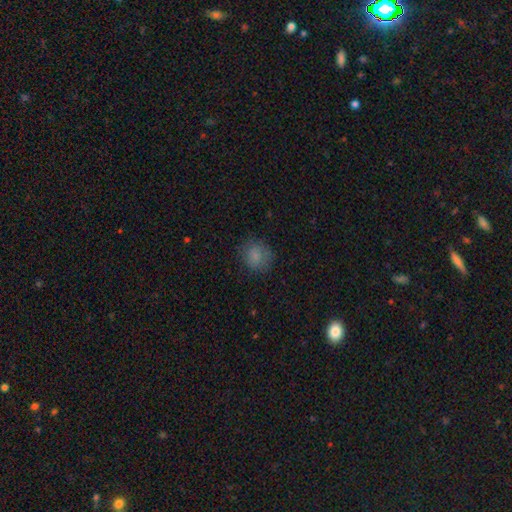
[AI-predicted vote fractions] Q: Smooth or featured?
A: smooth (81%); runner-up: star or artifact (10%)
Q: How rounded?
A: round (79%); runner-up: in between (20%)
Q: Merging?
A: none (78%); runner-up: minor disturbance (15%)